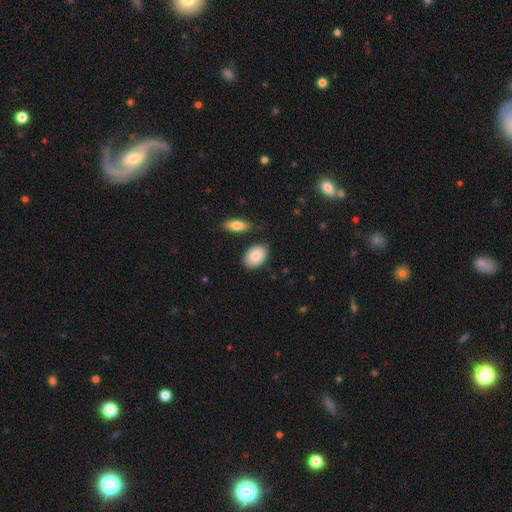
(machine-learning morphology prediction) Q: Smooth or featured?
A: smooth (86%); runner-up: featured or disk (8%)
Q: How rounded?
A: in between (86%); runner-up: round (12%)
Q: Merging?
A: none (81%); runner-up: minor disturbance (12%)